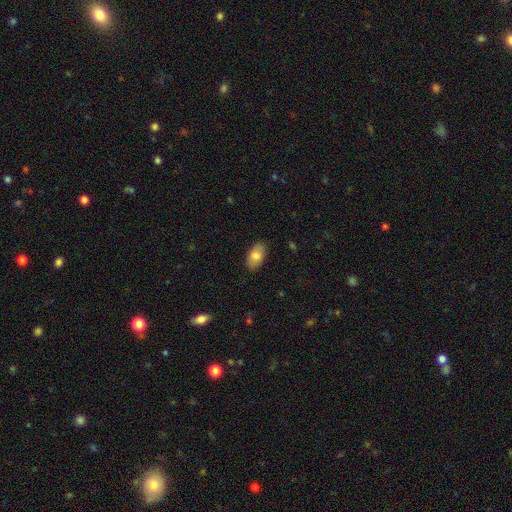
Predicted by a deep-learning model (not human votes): Smooth or featured?
  - smooth: 81% *
  - featured or disk: 12%
  - star or artifact: 7%
How rounded?
  - in between: 93% *
  - round: 4%
  - cigar-shaped: 3%
Merging?
  - none: 85% *
  - minor disturbance: 11%
  - major disturbance: 3%
  - merger: 1%